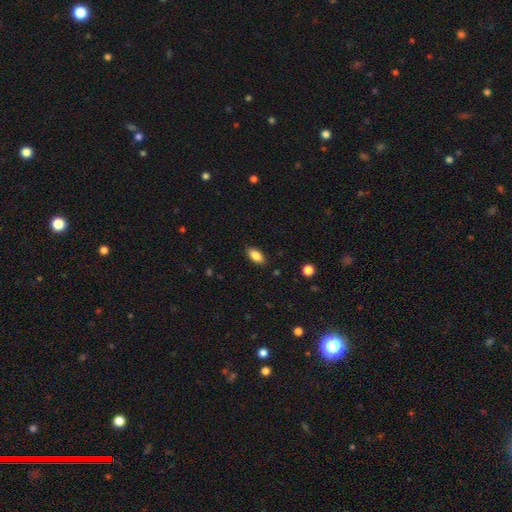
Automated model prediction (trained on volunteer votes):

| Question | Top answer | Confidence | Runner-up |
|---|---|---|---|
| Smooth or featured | smooth | 86% | star or artifact (8%) |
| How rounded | in between | 91% | cigar-shaped (6%) |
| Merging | none | 87% | minor disturbance (9%) |